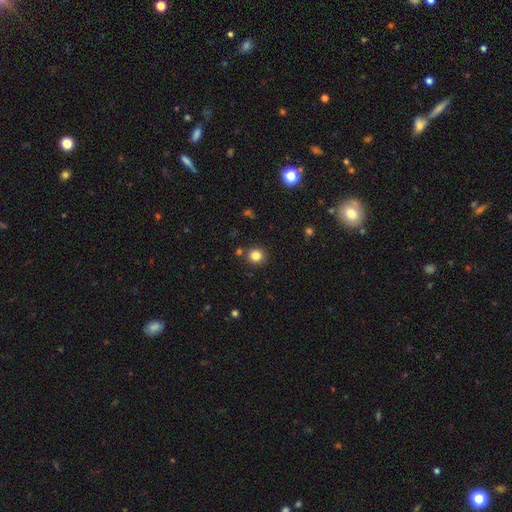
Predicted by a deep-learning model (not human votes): Smooth or featured? Predicted: smooth (p=0.83). How rounded? Predicted: round (p=0.91). Merging? Predicted: none (p=0.86).